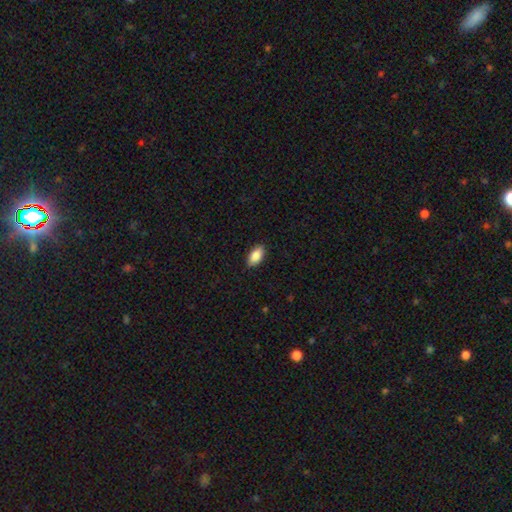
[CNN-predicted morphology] type=smooth (87%); roundness=in between (93%); merging=none (89%).